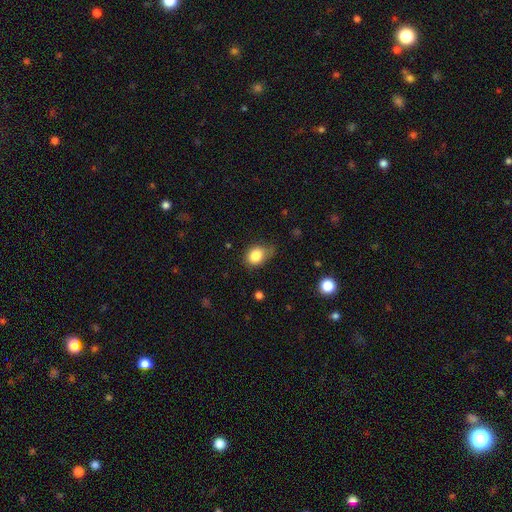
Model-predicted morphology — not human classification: smooth-or-featured: smooth: 82% | star or artifact: 10% | featured or disk: 8%
  how-rounded: in between: 54% | round: 45% | cigar-shaped: 1%
  merging: none: 52% | minor disturbance: 36% | major disturbance: 9% | merger: 2%